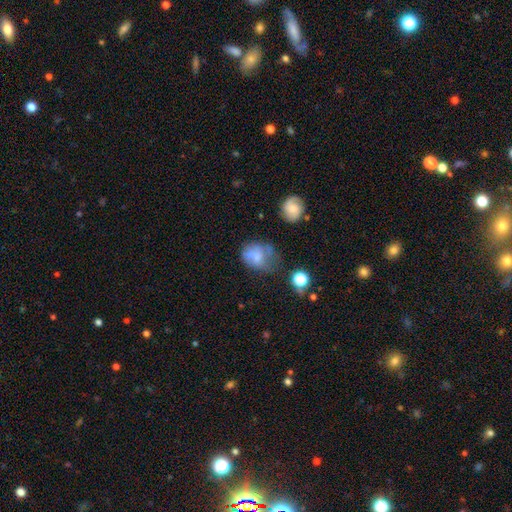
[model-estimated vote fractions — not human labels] This is possibly a smooth galaxy (54%). How rounded: possibly in between (50%). Merging: marginally none (30%).